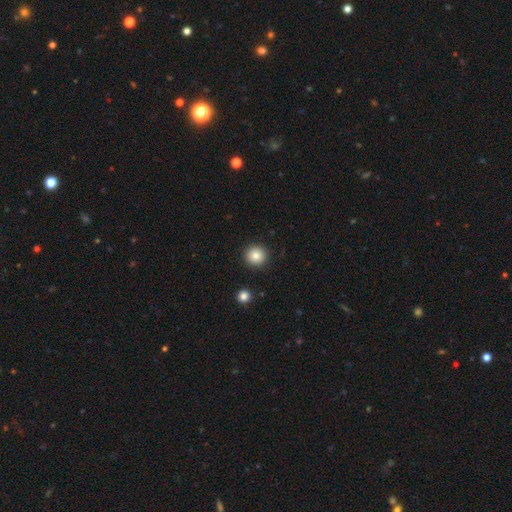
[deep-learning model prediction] The model was most divided on "smooth or featured": smooth: 84%, star or artifact: 10%, featured or disk: 6%. More confident: how rounded — round (93%); merging — none (91%).